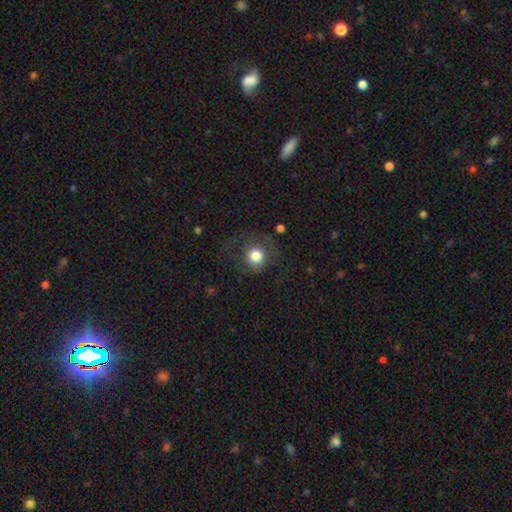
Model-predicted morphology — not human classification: Overall: smooth (76%). How rounded: round (90%). Merging: none (66%).